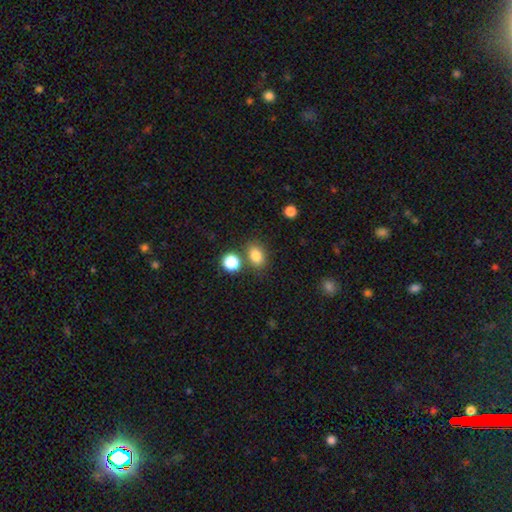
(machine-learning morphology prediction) Q: Smooth or featured?
A: smooth (83%); runner-up: star or artifact (11%)
Q: How rounded?
A: in between (64%); runner-up: round (34%)
Q: Merging?
A: none (72%); runner-up: merger (13%)